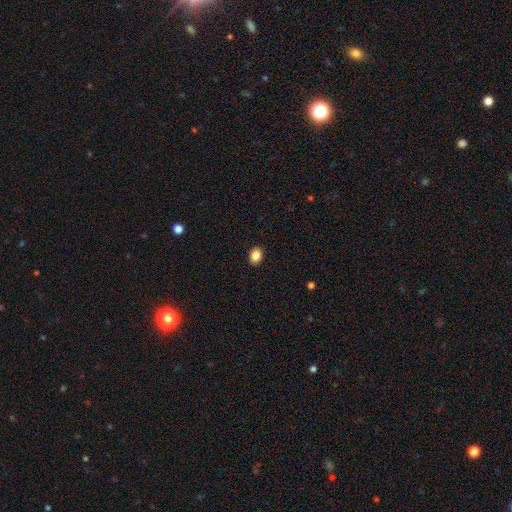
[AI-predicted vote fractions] This is clearly a smooth galaxy (86%). How rounded: likely in between (67%). Merging: clearly none (91%).